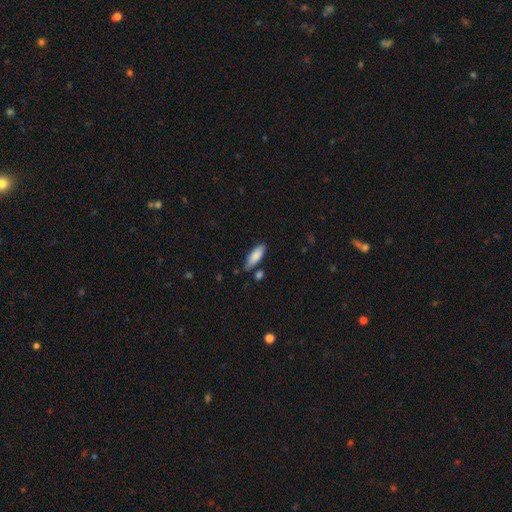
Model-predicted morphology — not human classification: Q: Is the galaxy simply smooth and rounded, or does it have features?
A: smooth — 84%.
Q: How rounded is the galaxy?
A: in between — 66%.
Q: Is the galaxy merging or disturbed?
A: none — 75%.